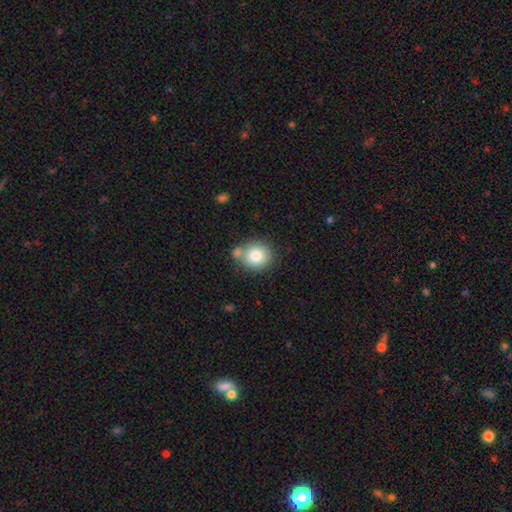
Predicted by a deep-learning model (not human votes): Overall: smooth (80%). How rounded: round (75%). Merging: none (63%).